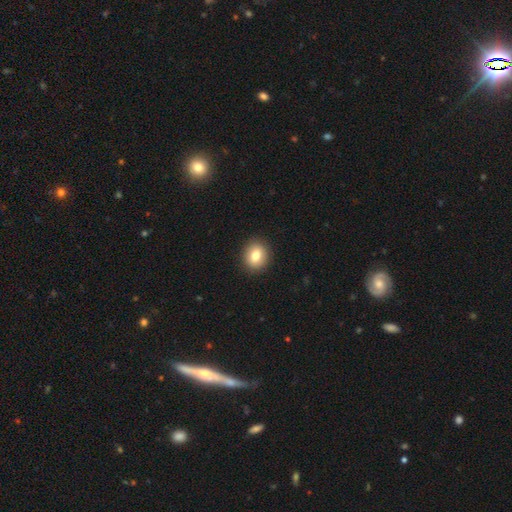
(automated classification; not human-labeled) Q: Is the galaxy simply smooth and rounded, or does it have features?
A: smooth — 79%.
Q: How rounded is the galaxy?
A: round — 71%.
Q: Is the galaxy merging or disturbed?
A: none — 91%.